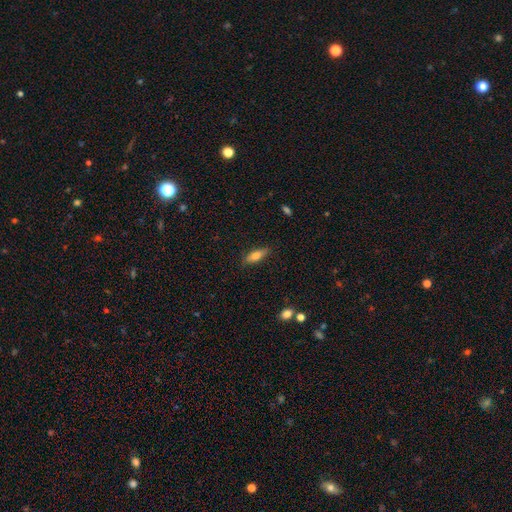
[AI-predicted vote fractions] Smooth or featured? smooth (70%)
How rounded? in between (56%)
Merging? none (84%)